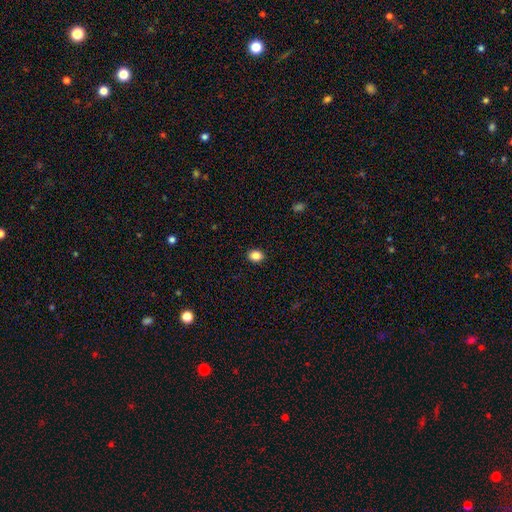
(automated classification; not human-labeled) This appears to be a smooth galaxy with no disk features (86%) that is in between round and cigar-shaped (54%). Merging: none (91%).